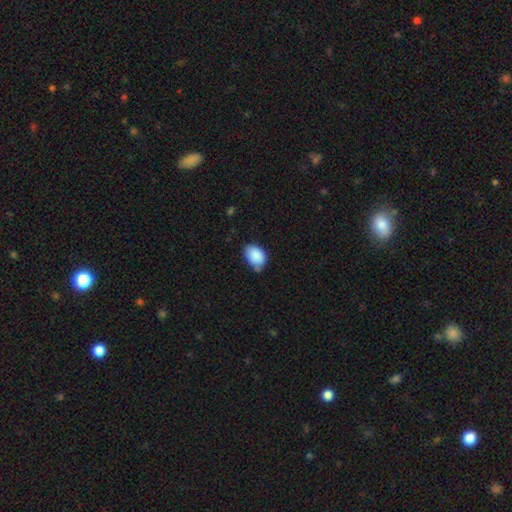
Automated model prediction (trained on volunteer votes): A smooth galaxy with no disk features (88%) that is in between round and cigar-shaped (83%). Merging: none (60%).